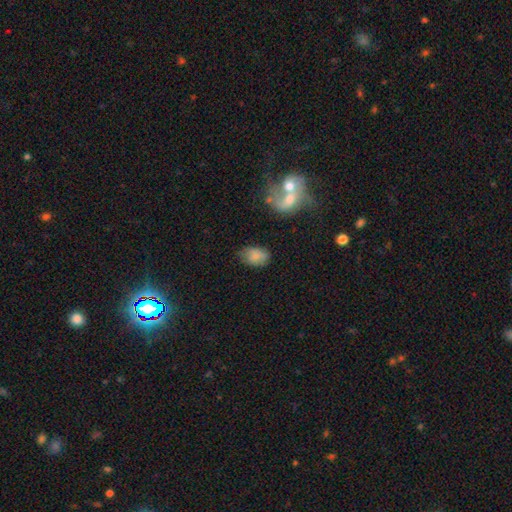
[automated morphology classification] smooth-or-featured: smooth: 81% | featured or disk: 11% | star or artifact: 9%
  how-rounded: in between: 87% | round: 12% | cigar-shaped: 1%
  merging: none: 63% | minor disturbance: 26% | major disturbance: 7% | merger: 3%